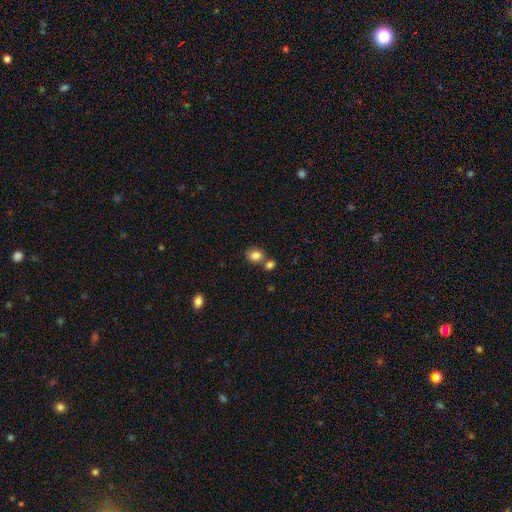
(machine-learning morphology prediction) A smooth galaxy with no disk features (83%) that is round (53%).

Vote fractions:
- Smooth or featured? smooth: 83% / star or artifact: 10% / featured or disk: 6%
- How rounded? round: 53% / in between: 46% / cigar-shaped: 1%
- Merging? none: 55% / merger: 32% / minor disturbance: 10% / major disturbance: 4%